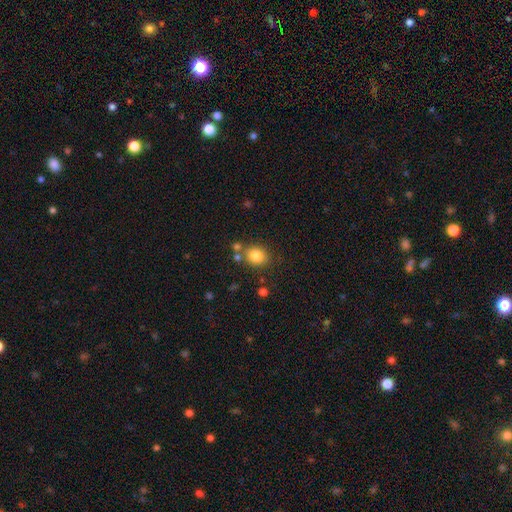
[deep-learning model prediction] Smooth or featured? Predicted: smooth (p=0.83). How rounded? Predicted: round (p=0.62). Merging? Predicted: none (p=0.73).